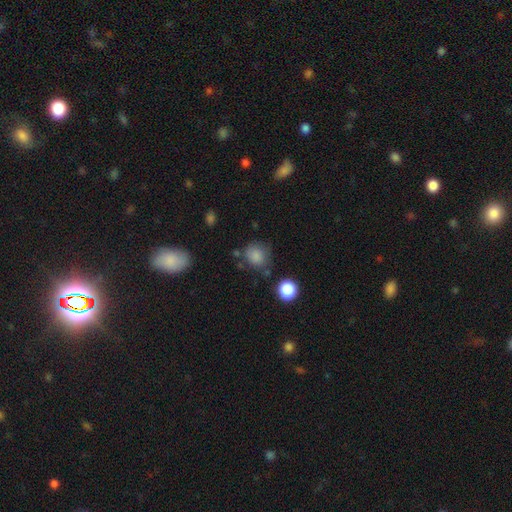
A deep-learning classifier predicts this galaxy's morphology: Overall: smooth (82%). How rounded: round (78%). Merging: none (68%).